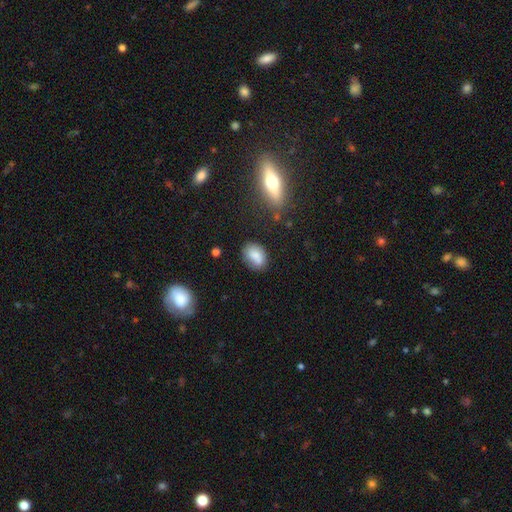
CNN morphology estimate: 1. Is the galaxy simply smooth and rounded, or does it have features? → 81% smooth, 10% featured or disk, 9% star or artifact.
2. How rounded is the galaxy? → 80% in between, 18% round, 2% cigar-shaped.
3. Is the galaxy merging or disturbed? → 68% none, 21% minor disturbance, 6% merger, 5% major disturbance.